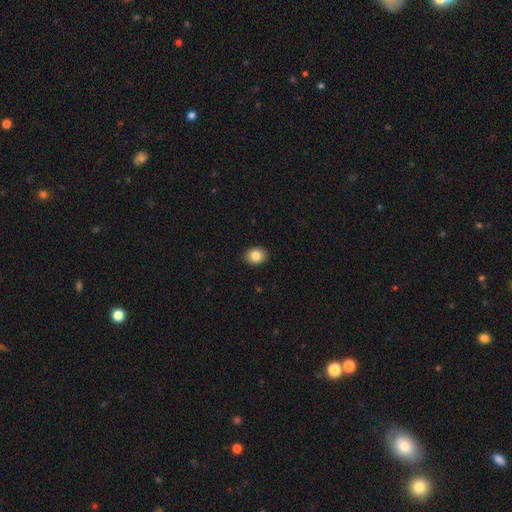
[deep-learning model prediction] Q: Smooth or featured?
A: smooth (85%); runner-up: star or artifact (9%)
Q: How rounded?
A: in between (53%); runner-up: round (46%)
Q: Merging?
A: none (90%); runner-up: minor disturbance (7%)